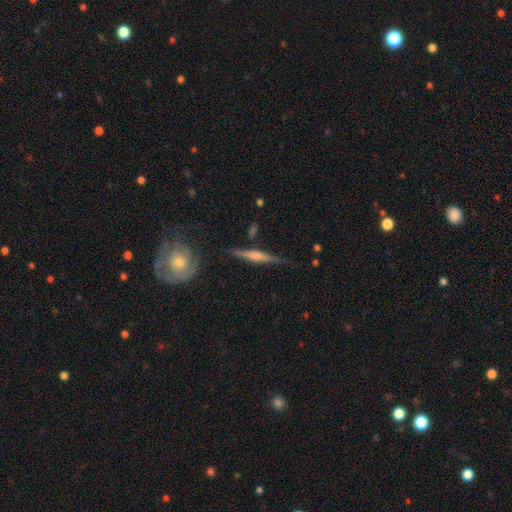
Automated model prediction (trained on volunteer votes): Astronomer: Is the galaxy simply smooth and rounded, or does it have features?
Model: featured or disk — 63%.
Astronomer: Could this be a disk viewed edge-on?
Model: yes — 95%.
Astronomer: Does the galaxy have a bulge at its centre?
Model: rounded — 57%.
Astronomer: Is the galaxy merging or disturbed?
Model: none — 79%.